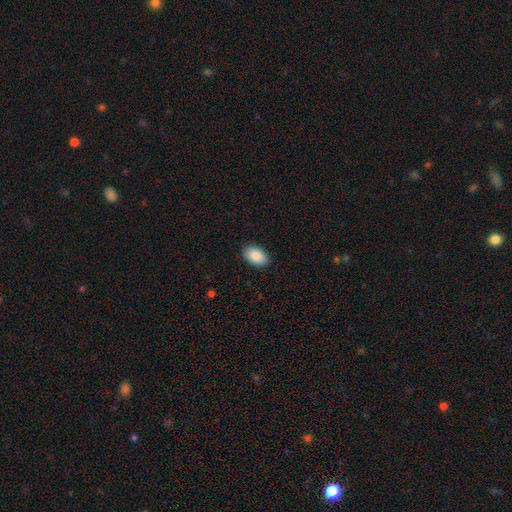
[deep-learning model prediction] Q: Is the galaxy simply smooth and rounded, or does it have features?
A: smooth — 88%.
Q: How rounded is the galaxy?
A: in between — 94%.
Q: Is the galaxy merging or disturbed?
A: none — 90%.